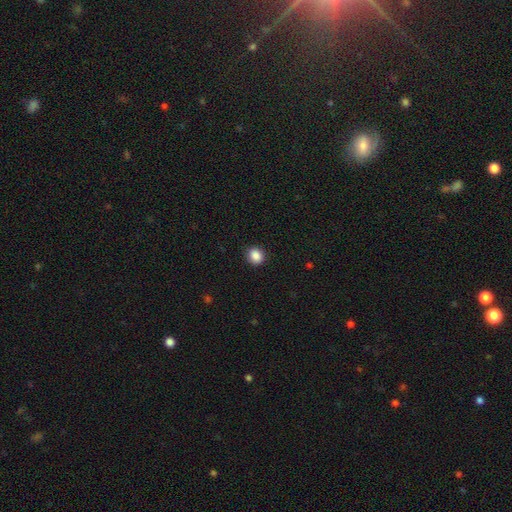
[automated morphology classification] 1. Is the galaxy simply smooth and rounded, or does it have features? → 88% smooth, 9% star or artifact, 3% featured or disk.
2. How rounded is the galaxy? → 77% round, 22% in between, 1% cigar-shaped.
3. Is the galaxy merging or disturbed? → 90% none, 7% minor disturbance, 2% major disturbance, 1% merger.